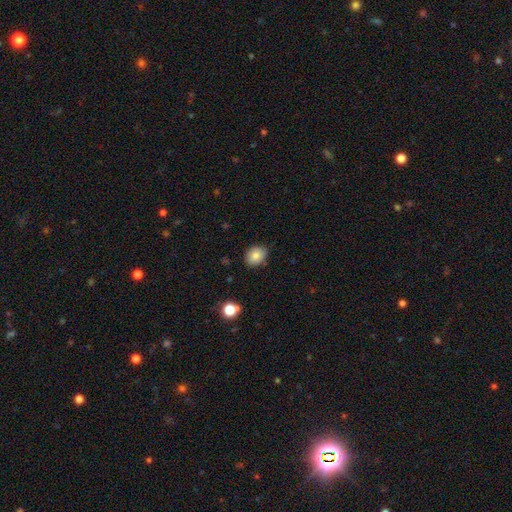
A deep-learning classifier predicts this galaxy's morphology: This is clearly a smooth galaxy (81%). How rounded: possibly in between (50%). Merging: clearly none (82%).